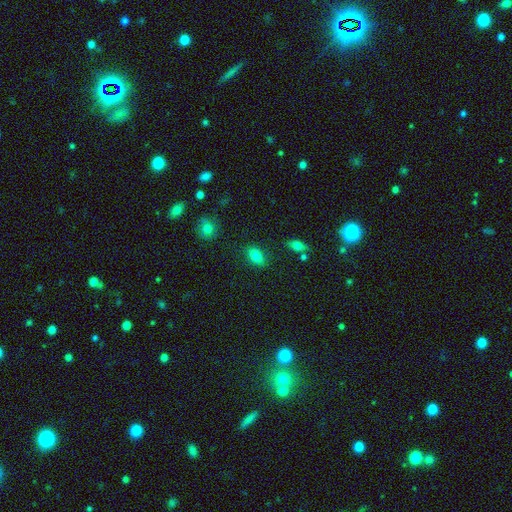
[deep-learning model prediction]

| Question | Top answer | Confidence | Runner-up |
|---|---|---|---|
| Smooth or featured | smooth | 82% | star or artifact (10%) |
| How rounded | in between | 85% | round (11%) |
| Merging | none | 82% | minor disturbance (12%) |